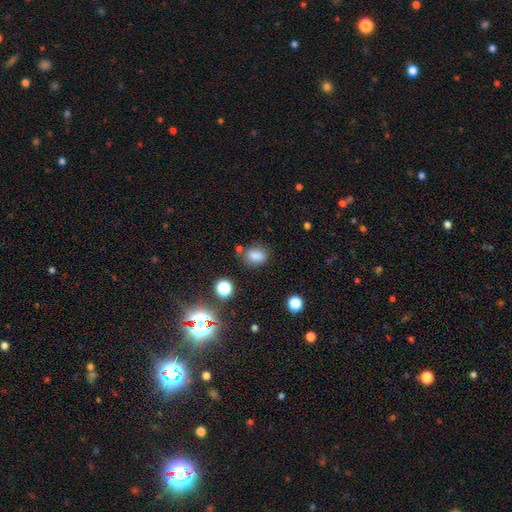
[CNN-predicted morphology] Smooth or featured? smooth (80%)
How rounded? in between (62%)
Merging? none (73%)